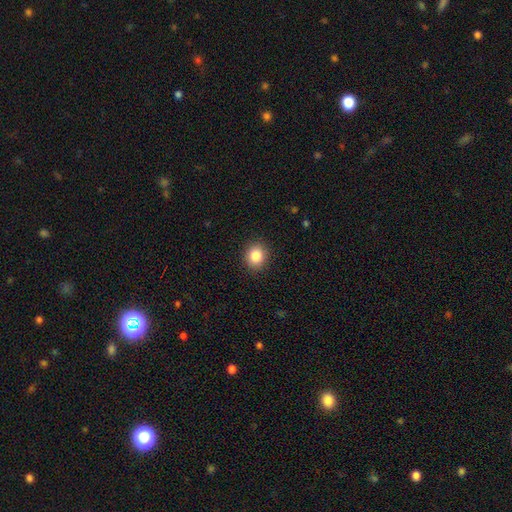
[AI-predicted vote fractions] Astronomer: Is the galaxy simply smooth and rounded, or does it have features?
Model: smooth — 86%.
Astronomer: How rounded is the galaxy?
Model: round — 72%.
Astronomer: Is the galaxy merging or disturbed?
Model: none — 90%.